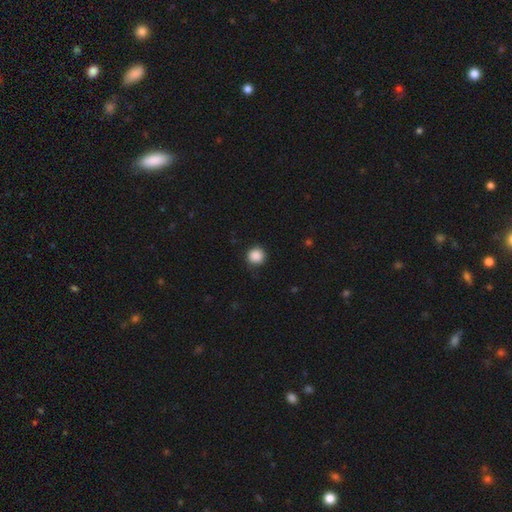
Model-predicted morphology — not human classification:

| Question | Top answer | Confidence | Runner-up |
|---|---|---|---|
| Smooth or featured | smooth | 88% | star or artifact (10%) |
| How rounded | round | 95% | in between (4%) |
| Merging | none | 88% | minor disturbance (8%) |